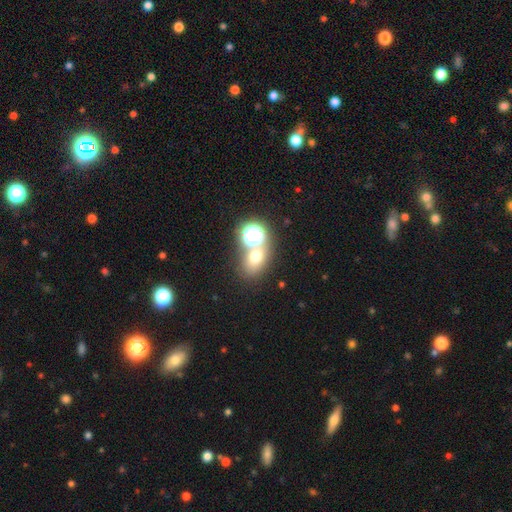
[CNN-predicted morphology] Overall: smooth (61%; star or artifact 25%). How rounded: in between (52%; round 46%). Merging: none (52%; merger 32%).